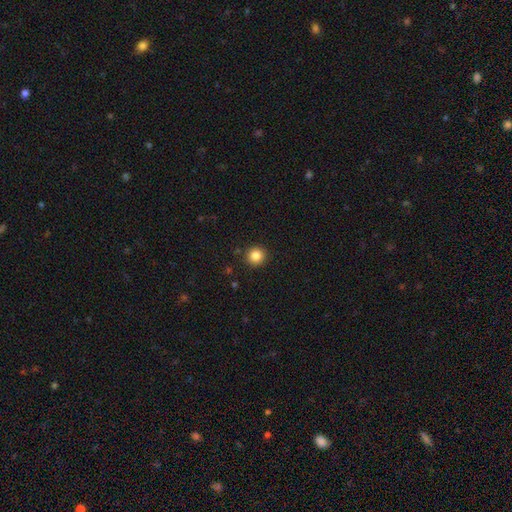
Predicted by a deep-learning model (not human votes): Smooth or featured: smooth — 84% (star or artifact — 11%)
How rounded: round — 94% (in between — 5%)
Merging: none — 92% (minor disturbance — 5%)